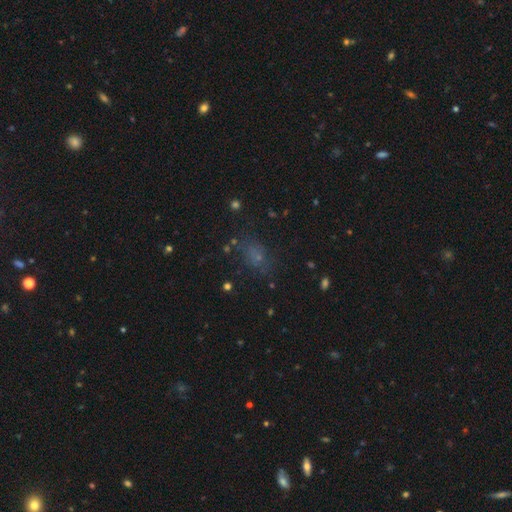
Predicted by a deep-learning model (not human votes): Smooth or featured?
  - smooth: 57% *
  - star or artifact: 30%
  - featured or disk: 13%
How rounded?
  - in between: 68% *
  - round: 29%
  - cigar-shaped: 4%
Merging?
  - none: 69% *
  - minor disturbance: 17%
  - major disturbance: 10%
  - merger: 4%